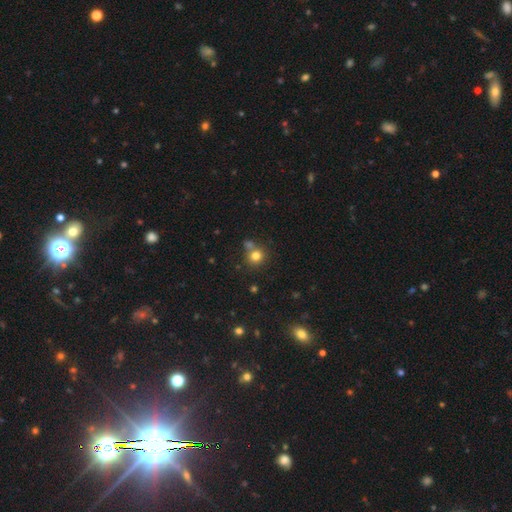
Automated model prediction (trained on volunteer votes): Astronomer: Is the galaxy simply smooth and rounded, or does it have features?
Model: smooth — 78%.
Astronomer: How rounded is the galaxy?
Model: round — 87%.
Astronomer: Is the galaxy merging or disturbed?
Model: none — 65%.